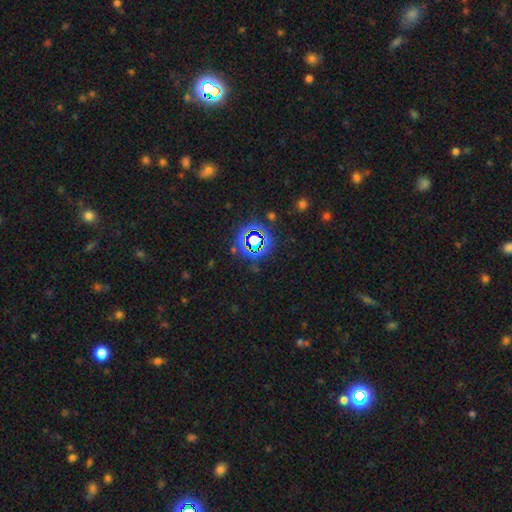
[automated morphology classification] Smooth or featured? star or artifact (76%)